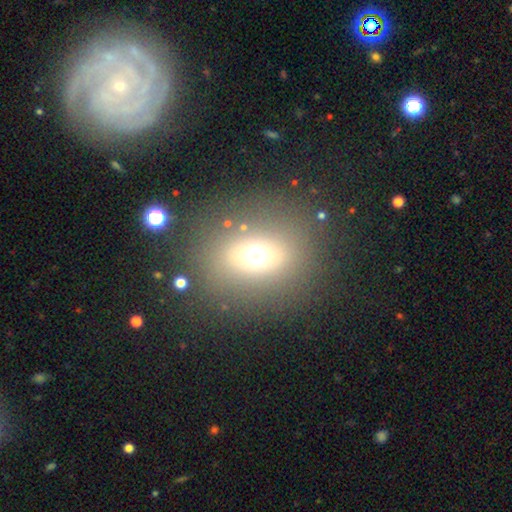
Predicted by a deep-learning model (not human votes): smooth 63%, star or artifact 21%, featured or disk 16%. Down the decision tree: how rounded — round (67%); merging — none (81%).